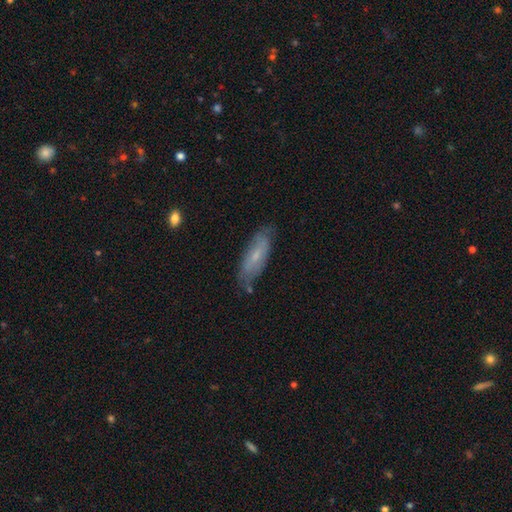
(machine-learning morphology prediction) smooth 55%, featured or disk 38%, star or artifact 7%. Down the decision tree: how rounded — in between (58%); merging — none (74%).